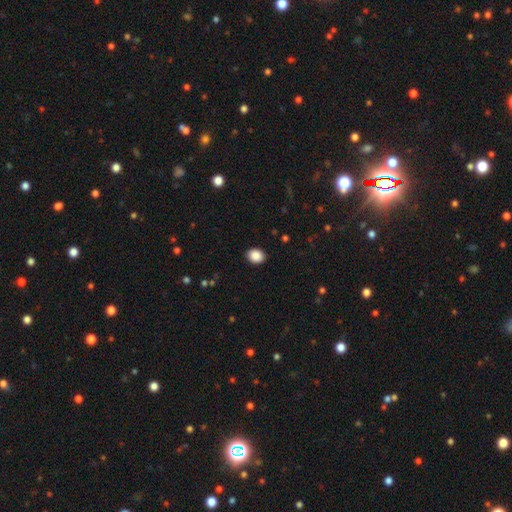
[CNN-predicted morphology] A smooth galaxy with no disk features (89%) that is in between round and cigar-shaped (54%). Merging: none (90%).